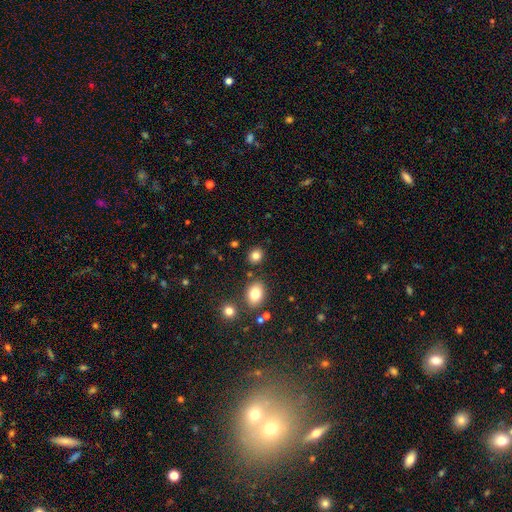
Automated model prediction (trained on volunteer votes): Smooth or featured?
  - smooth: 82% *
  - star or artifact: 12%
  - featured or disk: 6%
How rounded?
  - round: 63% *
  - in between: 36%
  - cigar-shaped: 1%
Merging?
  - none: 82% *
  - minor disturbance: 9%
  - merger: 6%
  - major disturbance: 3%